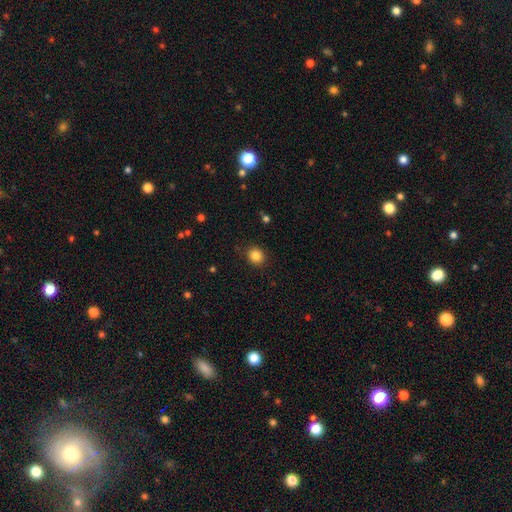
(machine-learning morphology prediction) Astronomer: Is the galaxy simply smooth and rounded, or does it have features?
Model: smooth — 85%.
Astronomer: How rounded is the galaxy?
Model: round — 81%.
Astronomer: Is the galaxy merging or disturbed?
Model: none — 89%.